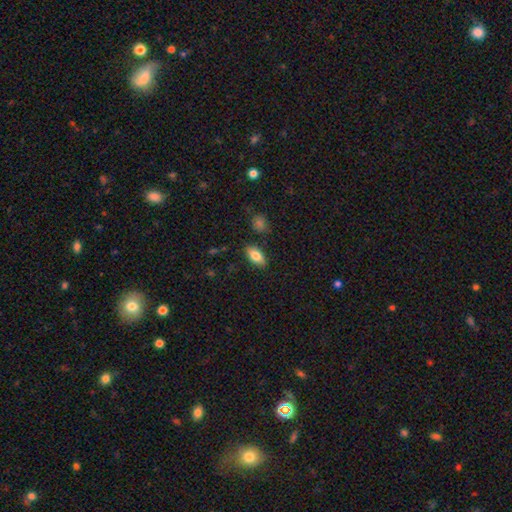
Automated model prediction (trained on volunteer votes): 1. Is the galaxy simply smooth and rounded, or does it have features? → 79% smooth, 14% featured or disk, 7% star or artifact.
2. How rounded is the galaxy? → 89% in between, 8% cigar-shaped, 3% round.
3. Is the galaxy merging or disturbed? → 85% none, 10% minor disturbance, 2% major disturbance, 2% merger.